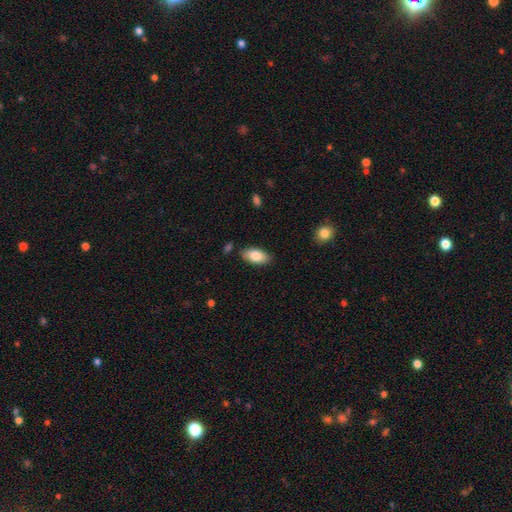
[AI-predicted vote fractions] Smooth or featured: smooth — 83% (featured or disk — 10%)
How rounded: in between — 92% (cigar-shaped — 5%)
Merging: none — 84% (minor disturbance — 12%)